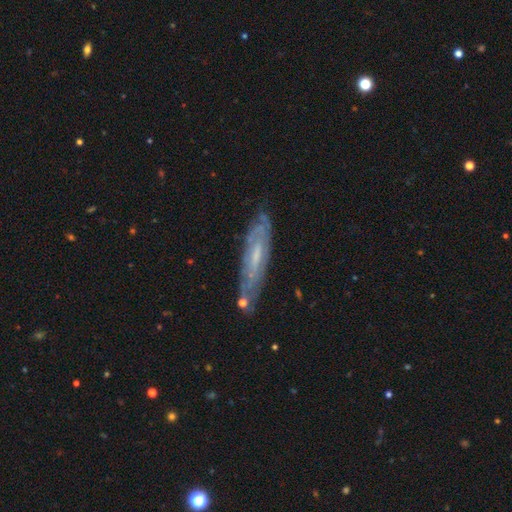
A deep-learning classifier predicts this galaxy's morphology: smooth_or_featured: featured or disk (p=0.69) [alt: smooth p=0.24]
disk_edge_on: no (p=0.59) [alt: yes p=0.41]
merging: none (p=0.75) [alt: minor disturbance p=0.17]